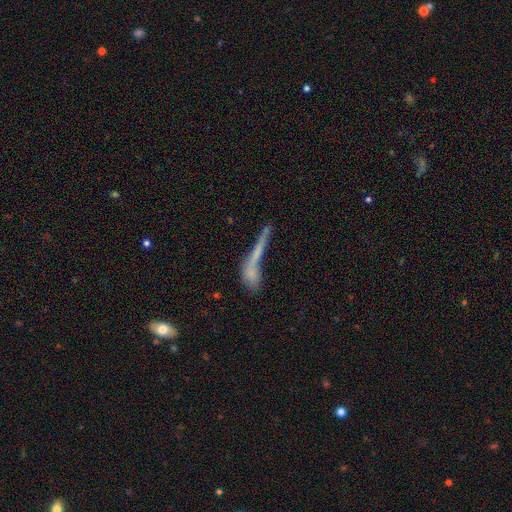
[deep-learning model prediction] smooth-or-featured: smooth: 48% | featured or disk: 37% | star or artifact: 15%
  merging: merger: 33% (tied) | none: 33% (tied) | major disturbance: 20% | minor disturbance: 15%